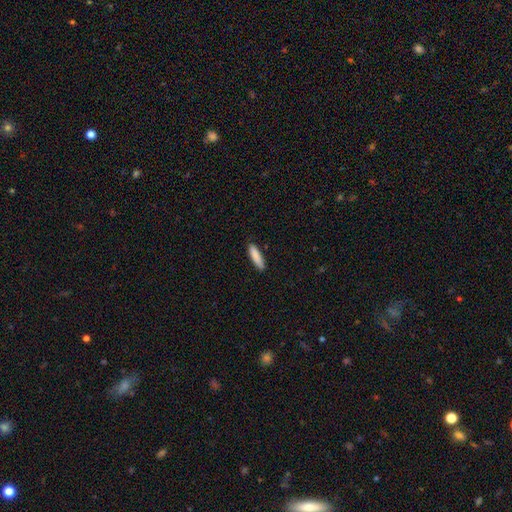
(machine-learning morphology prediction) This is clearly a smooth galaxy (87%). How rounded: likely cigar-shaped (75%). Merging: clearly none (87%).